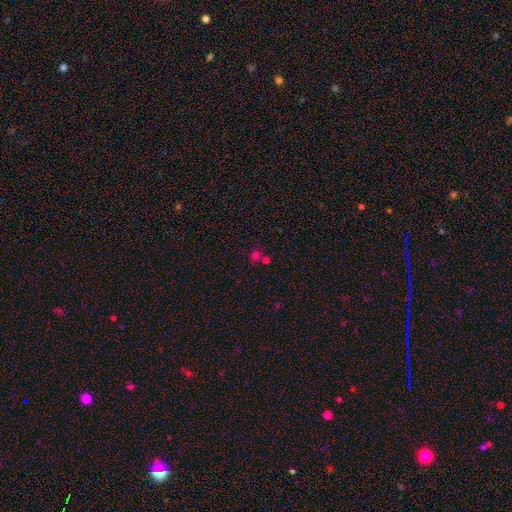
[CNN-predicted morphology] smooth-or-featured: smooth: 63% | star or artifact: 29% | featured or disk: 9%
  how-rounded: round: 88% | in between: 11% | cigar-shaped: 1%
  merging: none: 58% | merger: 31% | minor disturbance: 7% | major disturbance: 4%